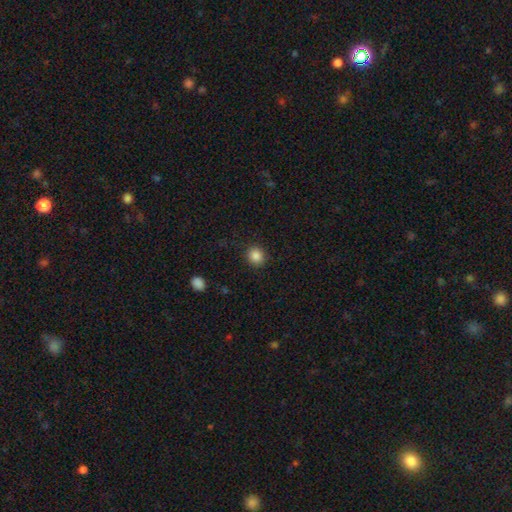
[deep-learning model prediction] This is clearly a smooth galaxy (86%). How rounded: clearly round (83%). Merging: clearly none (89%).